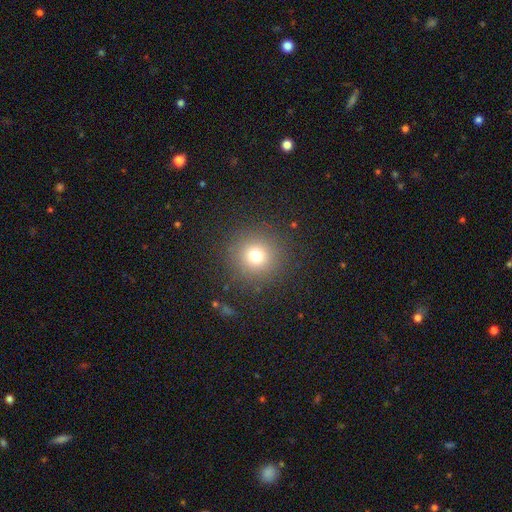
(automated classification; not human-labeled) Morphology: type=smooth (74%); roundness=round (95%); merging=none (89%).